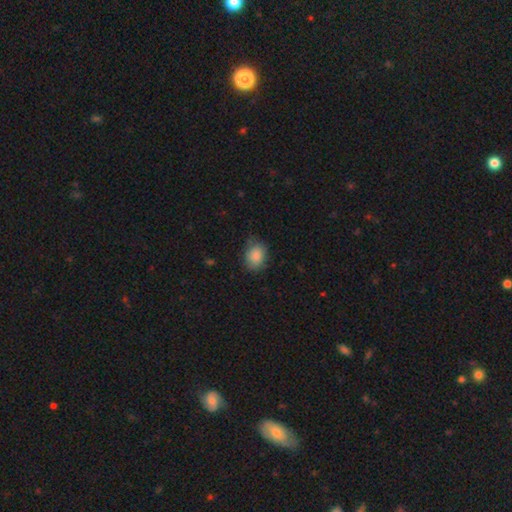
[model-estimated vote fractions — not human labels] The model was most divided on "how rounded": in between: 63%, round: 36%, cigar-shaped: 1%. More confident: smooth or featured — smooth (87%); merging — none (76%).